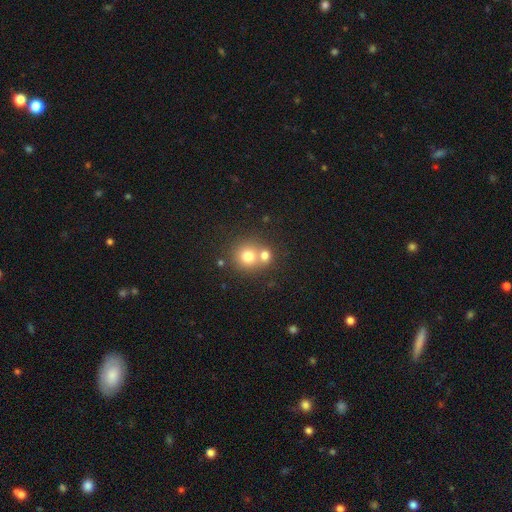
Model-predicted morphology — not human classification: smooth-or-featured: smooth: 69% | star or artifact: 16% | featured or disk: 15%
  how-rounded: round: 87% | in between: 12% | cigar-shaped: 1%
  merging: merger: 46% | none: 45% | minor disturbance: 6% | major disturbance: 3%